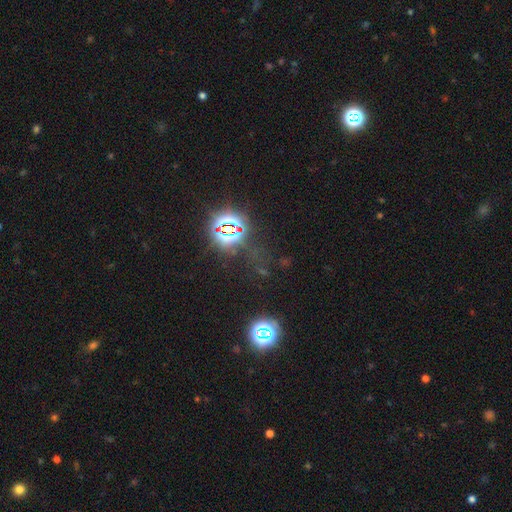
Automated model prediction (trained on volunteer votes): Smooth or featured? Predicted: star or artifact (p=0.78).